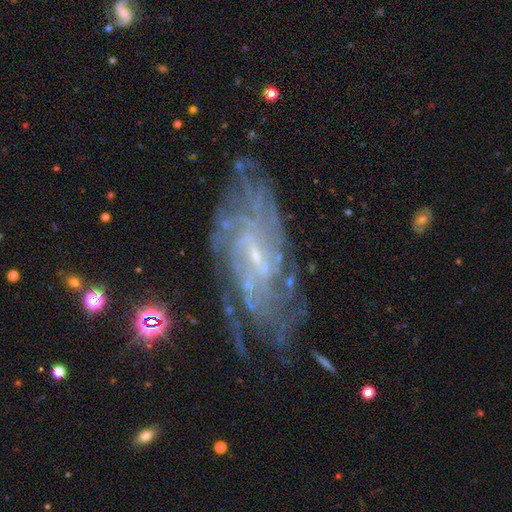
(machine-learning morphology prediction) Smooth or featured? Predicted: featured or disk (p=0.85). Edge-on disk? Predicted: no (p=0.93). Bar? Predicted: weak (p=0.49). Spiral arms? Predicted: yes (p=0.94). Spiral winding? Predicted: tight (p=0.66). Spiral arm count? Predicted: can't tell (p=0.45). Bulge size? Predicted: small (p=0.80). Merging? Predicted: none (p=0.72).